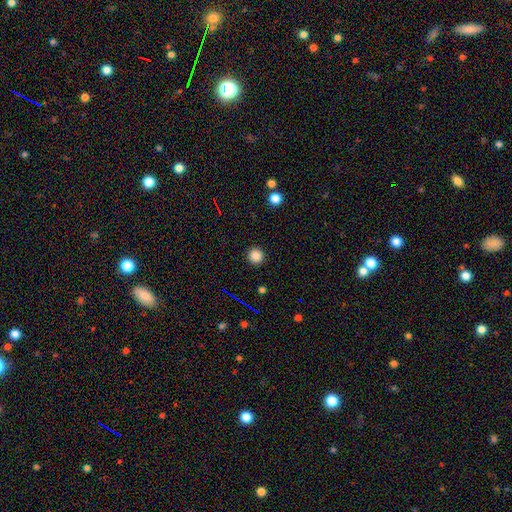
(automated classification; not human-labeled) Smooth or featured? Predicted: smooth (p=0.84). How rounded? Predicted: round (p=0.95). Merging? Predicted: none (p=0.93).